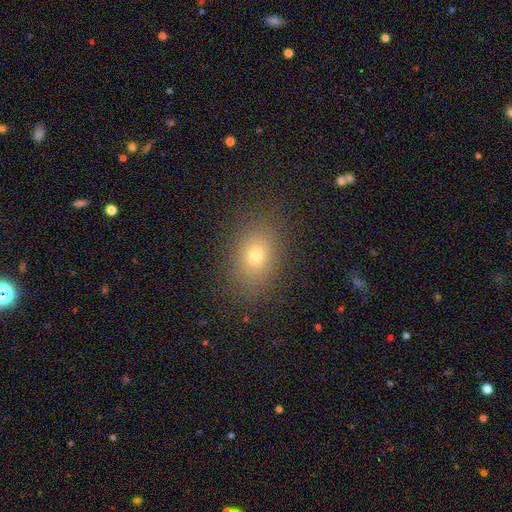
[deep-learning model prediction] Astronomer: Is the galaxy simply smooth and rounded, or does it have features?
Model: smooth — 72%.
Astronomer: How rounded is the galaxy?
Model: in between — 65%.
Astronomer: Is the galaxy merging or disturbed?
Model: none — 85%.